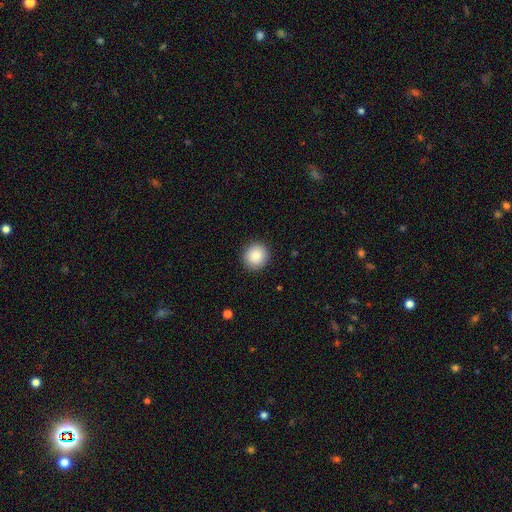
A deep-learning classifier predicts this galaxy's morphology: smooth_or_featured: smooth (p=0.88) [alt: star or artifact p=0.08]
how_rounded: round (p=0.91) [alt: in between p=0.08]
merging: none (p=0.91) [alt: minor disturbance p=0.06]